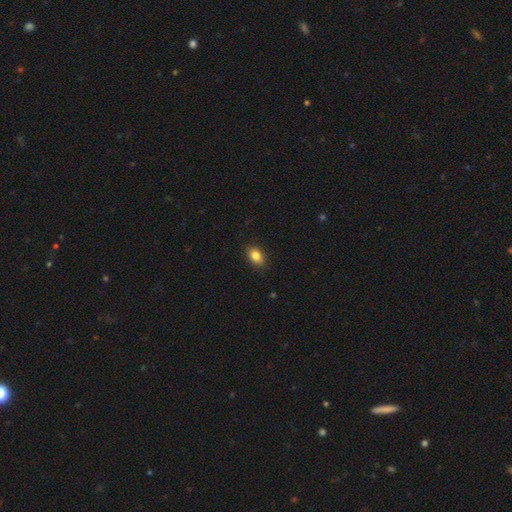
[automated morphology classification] This is clearly a smooth galaxy (84%). How rounded: clearly in between (82%). Merging: clearly none (88%).